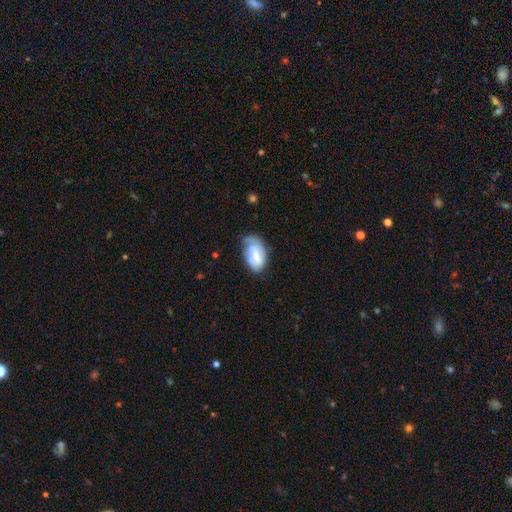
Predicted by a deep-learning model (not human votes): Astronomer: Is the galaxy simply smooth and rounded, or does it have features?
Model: smooth — 49% (runner-up: featured or disk, 44%).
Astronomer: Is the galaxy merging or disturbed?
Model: none — 40% (runner-up: minor disturbance, 38%).